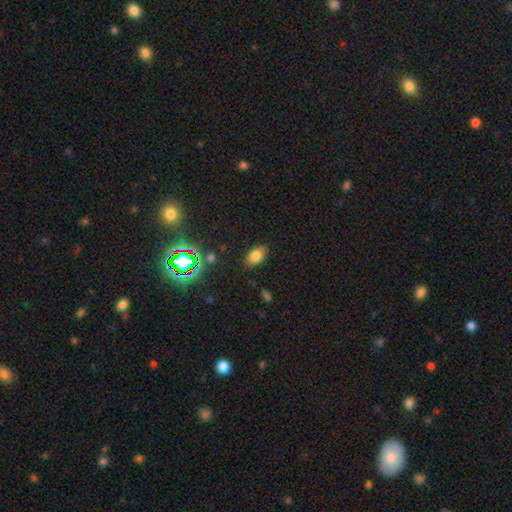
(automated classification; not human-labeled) This appears to be a smooth galaxy with no disk features (76%) that is in between round and cigar-shaped (89%). Merging: none (85%).